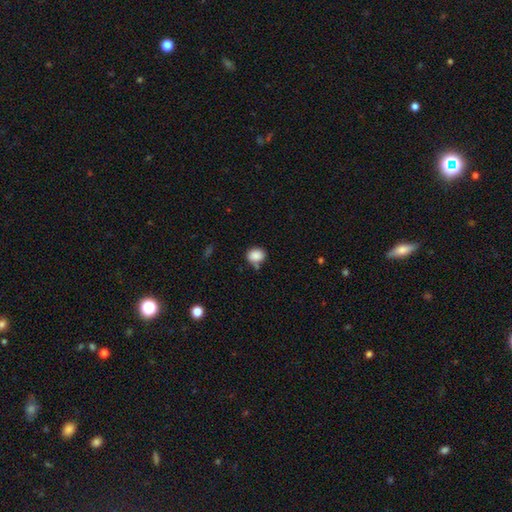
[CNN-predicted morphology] This appears to be a smooth galaxy with no disk features (87%) that is round (58%). Merging: none (66%).